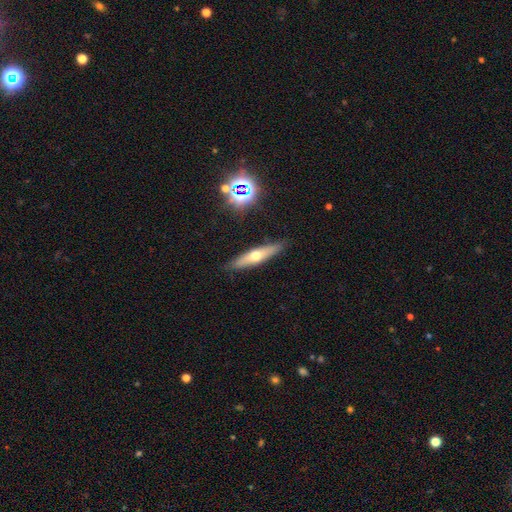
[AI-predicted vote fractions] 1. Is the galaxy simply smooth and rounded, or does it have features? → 49% featured or disk, 42% smooth, 9% star or artifact.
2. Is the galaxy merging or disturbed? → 88% none, 8% minor disturbance, 2% major disturbance, 1% merger.